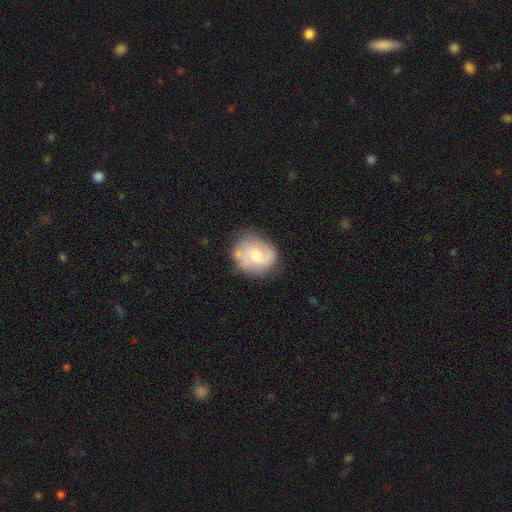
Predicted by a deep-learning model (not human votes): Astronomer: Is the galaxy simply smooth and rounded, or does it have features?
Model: featured or disk — 57% (runner-up: smooth, 37%).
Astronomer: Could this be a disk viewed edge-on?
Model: no — 98%.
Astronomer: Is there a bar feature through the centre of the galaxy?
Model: no — 59% (runner-up: weak, 36%).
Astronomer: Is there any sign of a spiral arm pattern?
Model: yes — 78%.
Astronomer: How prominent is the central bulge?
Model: moderate — 56% (runner-up: small, 32%).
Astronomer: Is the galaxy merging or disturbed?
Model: none — 63%.